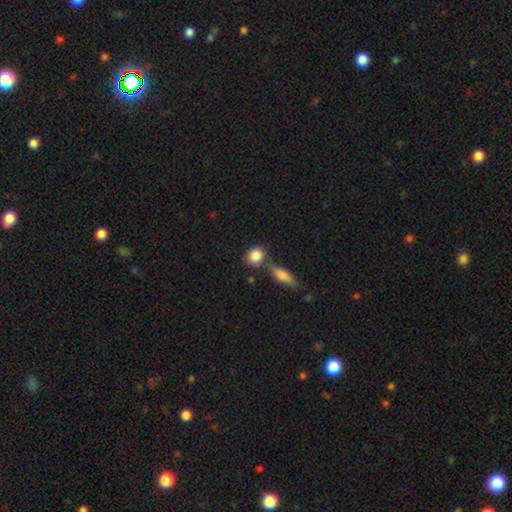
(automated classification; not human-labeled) The model was most divided on "how rounded": round: 59%, in between: 37%, cigar-shaped: 4%. More confident: smooth or featured — smooth (86%); merging — none (57%).